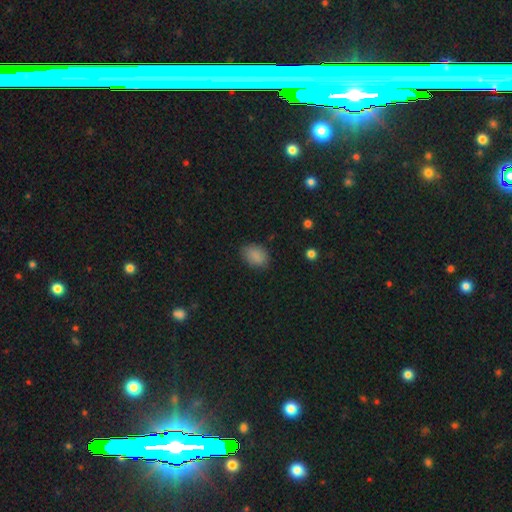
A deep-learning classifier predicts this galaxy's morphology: This appears to be a smooth galaxy with no disk features (87%) that is in between round and cigar-shaped (81%). Merging: none (81%).